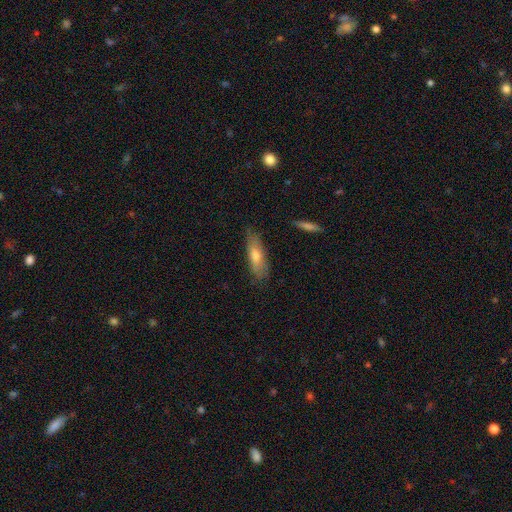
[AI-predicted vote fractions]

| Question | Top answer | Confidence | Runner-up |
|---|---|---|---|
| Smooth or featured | smooth | 63% | featured or disk (30%) |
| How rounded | cigar-shaped | 53% | in between (45%) |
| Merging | none | 77% | minor disturbance (18%) |